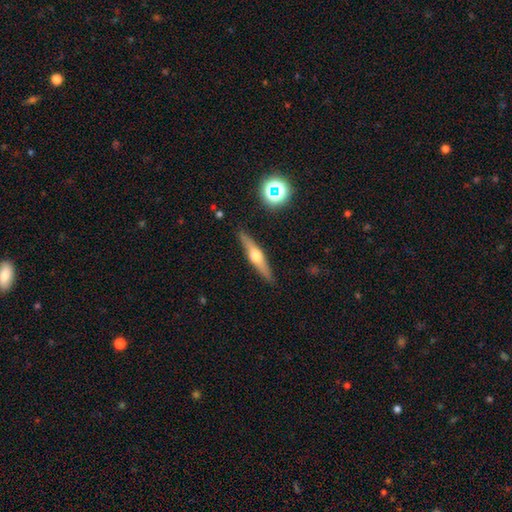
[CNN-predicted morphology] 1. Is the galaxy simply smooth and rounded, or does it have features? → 63% featured or disk, 30% smooth, 7% star or artifact.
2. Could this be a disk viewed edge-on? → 95% yes, 5% no.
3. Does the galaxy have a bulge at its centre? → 93% rounded, 4% boxy, 3% none.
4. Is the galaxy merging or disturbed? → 89% none, 8% minor disturbance, 2% major disturbance, 1% merger.